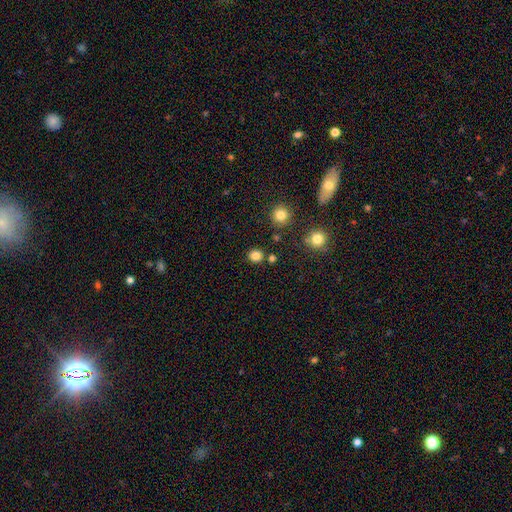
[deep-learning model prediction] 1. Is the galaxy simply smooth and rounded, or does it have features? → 82% smooth, 14% star or artifact, 4% featured or disk.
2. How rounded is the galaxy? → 89% round, 10% in between, 1% cigar-shaped.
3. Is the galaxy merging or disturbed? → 86% none, 7% minor disturbance, 5% merger, 2% major disturbance.